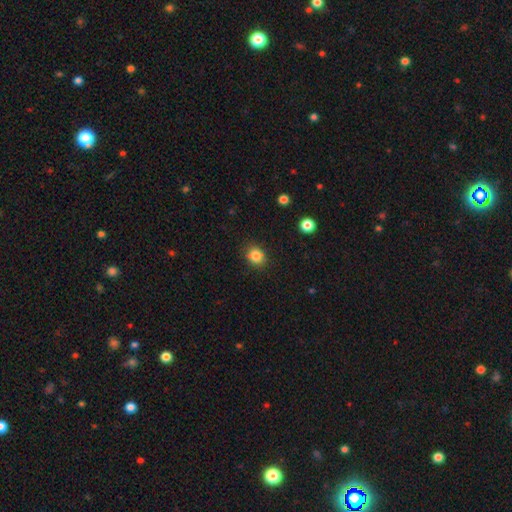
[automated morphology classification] smooth_or_featured: smooth (p=0.83) [alt: star or artifact p=0.12]
how_rounded: round (p=0.69) [alt: in between p=0.30]
merging: none (p=0.80) [alt: minor disturbance p=0.13]